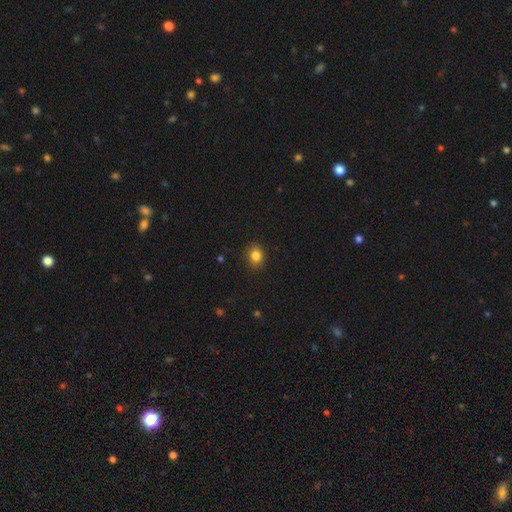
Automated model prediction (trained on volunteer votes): The model was most divided on "how rounded": round: 55%, in between: 44%, cigar-shaped: 1%. More confident: merging — none (88%); smooth or featured — smooth (84%).